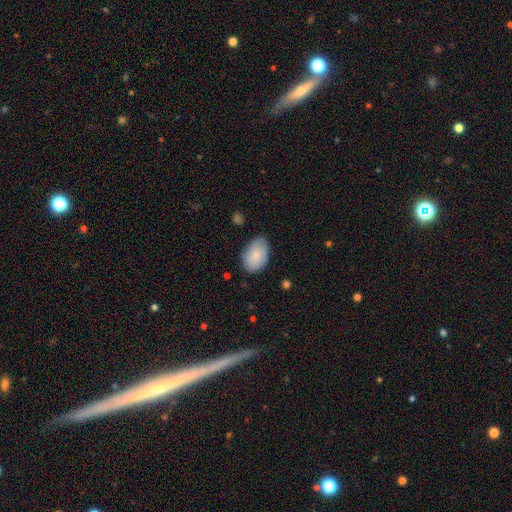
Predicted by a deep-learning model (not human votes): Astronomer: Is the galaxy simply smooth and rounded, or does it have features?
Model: smooth — 81%.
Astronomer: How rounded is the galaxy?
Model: in between — 87%.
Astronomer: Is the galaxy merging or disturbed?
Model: none — 72%.